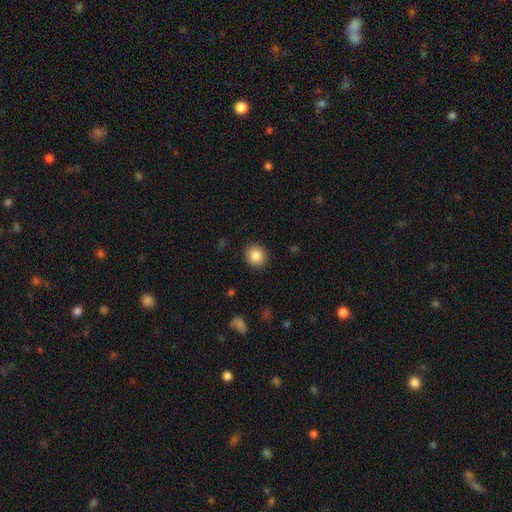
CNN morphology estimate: A smooth galaxy with no disk features (84%) that is round (80%). Merging: none (91%).